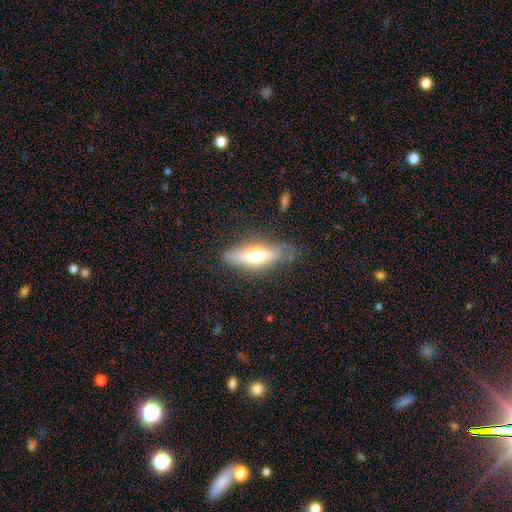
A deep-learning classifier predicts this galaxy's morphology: Overall: smooth (57%; featured or disk 36%). How rounded: cigar-shaped (53%; in between 45%). Merging: none (75%).